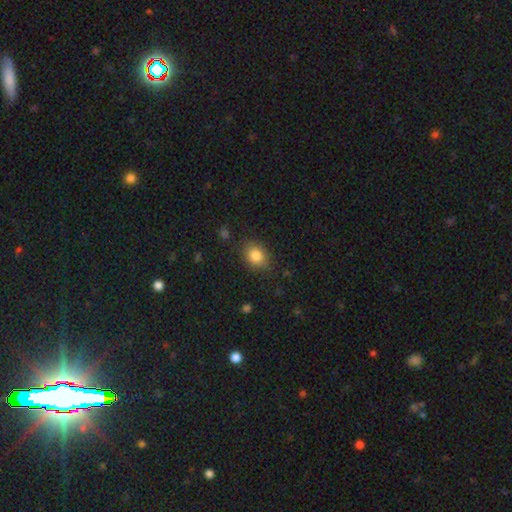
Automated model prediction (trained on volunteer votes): Smooth or featured? Predicted: smooth (p=0.84). How rounded? Predicted: in between (p=0.58). Merging? Predicted: none (p=0.83).